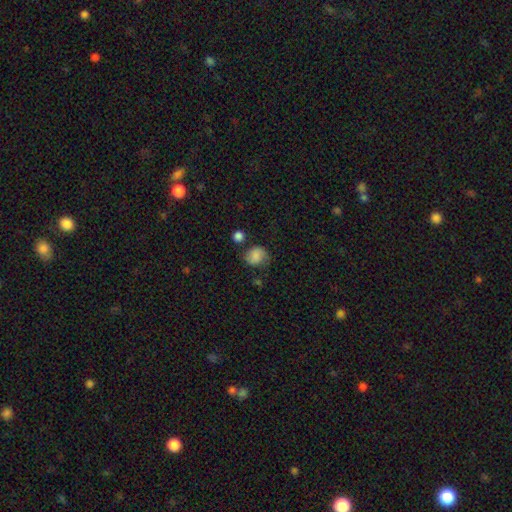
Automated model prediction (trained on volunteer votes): This is likely a smooth galaxy (77%). How rounded: likely round (70%). Merging: likely none (62%).